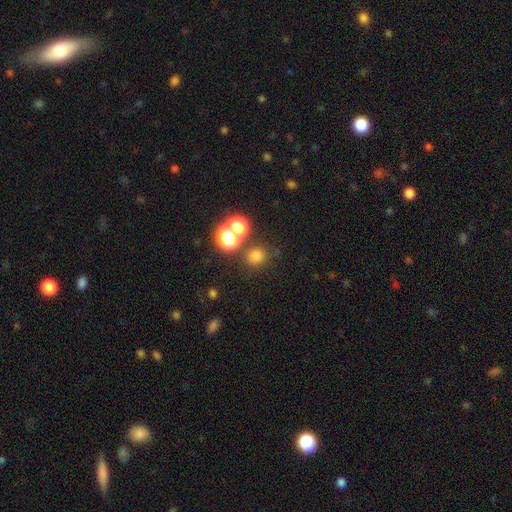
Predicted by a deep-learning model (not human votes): A smooth galaxy with no disk features (71%) that is round (89%).

Vote fractions:
- Smooth or featured? smooth: 71% / star or artifact: 23% / featured or disk: 6%
- How rounded? round: 89% / in between: 10% / cigar-shaped: 1%
- Merging? none: 77% / merger: 12% / minor disturbance: 7% / major disturbance: 4%